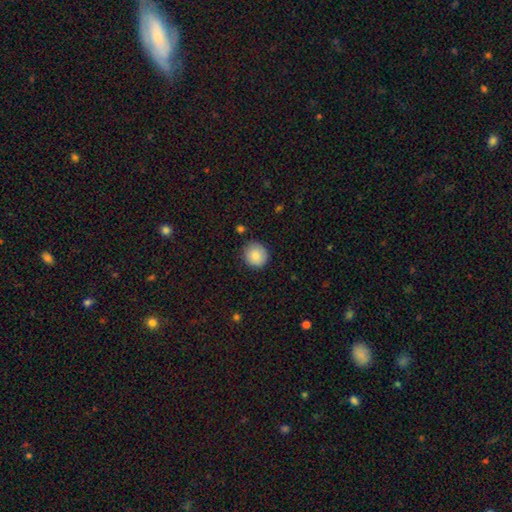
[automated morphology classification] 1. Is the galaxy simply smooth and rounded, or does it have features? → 87% smooth, 8% star or artifact, 6% featured or disk.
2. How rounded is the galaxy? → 89% round, 10% in between, 1% cigar-shaped.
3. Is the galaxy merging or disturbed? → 85% none, 11% minor disturbance, 2% major disturbance, 2% merger.